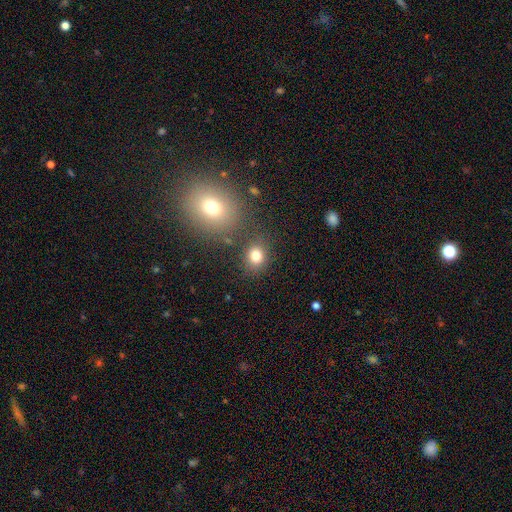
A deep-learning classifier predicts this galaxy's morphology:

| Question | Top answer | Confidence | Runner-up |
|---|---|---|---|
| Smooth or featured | smooth | 79% | star or artifact (13%) |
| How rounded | round | 62% | in between (37%) |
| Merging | none | 76% | minor disturbance (11%) |